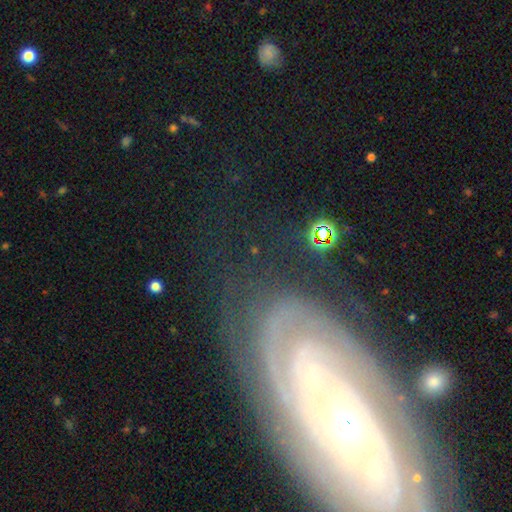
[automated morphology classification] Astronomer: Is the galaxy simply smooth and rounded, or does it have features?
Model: featured or disk — 82%.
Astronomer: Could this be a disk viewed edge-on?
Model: no — 93%.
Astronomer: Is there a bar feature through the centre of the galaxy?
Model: no — 67%.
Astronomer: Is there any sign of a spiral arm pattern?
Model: yes — 94%.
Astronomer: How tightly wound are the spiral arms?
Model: tight — 77%.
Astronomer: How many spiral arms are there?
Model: can't tell — 30% (runner-up: 2, 28%).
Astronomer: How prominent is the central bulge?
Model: moderate — 55% (runner-up: small, 34%).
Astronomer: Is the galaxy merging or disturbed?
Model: none — 73%.